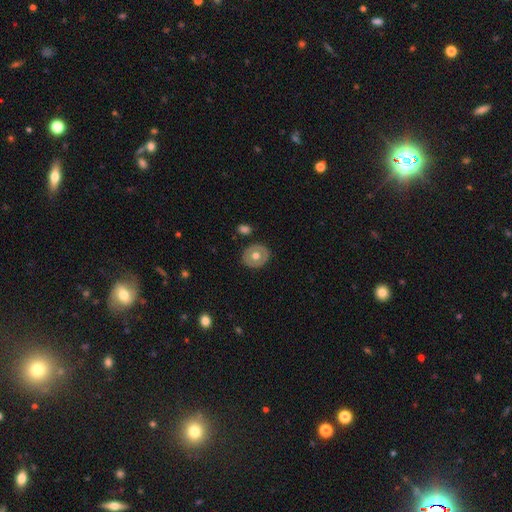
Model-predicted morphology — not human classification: A smooth galaxy with no disk features (53%) that is round (64%). Merging: none (86%).